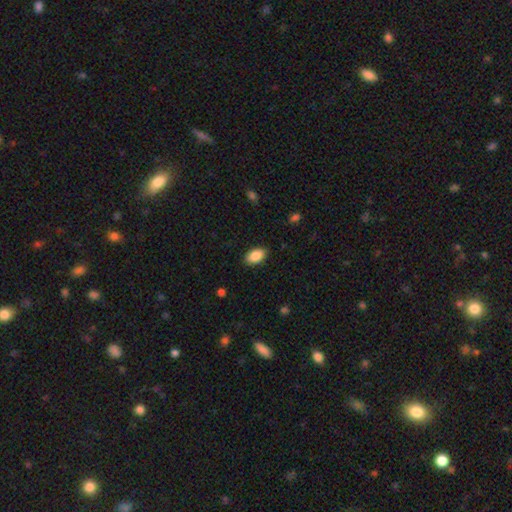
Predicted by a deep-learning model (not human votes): Q: Smooth or featured?
A: smooth (88%); runner-up: star or artifact (7%)
Q: How rounded?
A: in between (93%); runner-up: round (5%)
Q: Merging?
A: none (87%); runner-up: minor disturbance (10%)